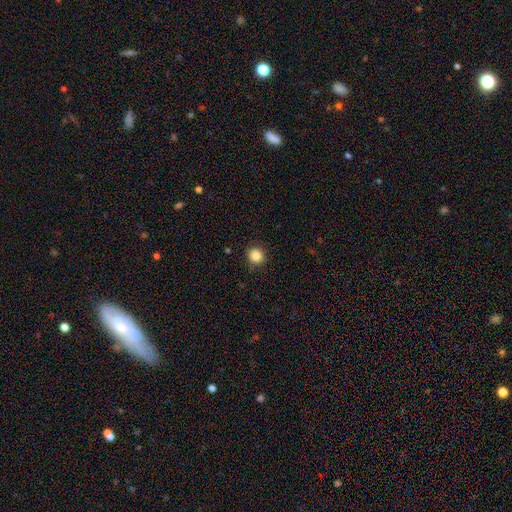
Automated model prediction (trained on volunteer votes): smooth_or_featured: smooth (p=0.85) [alt: star or artifact p=0.11]
how_rounded: round (p=0.91) [alt: in between p=0.08]
merging: none (p=0.88) [alt: minor disturbance p=0.09]